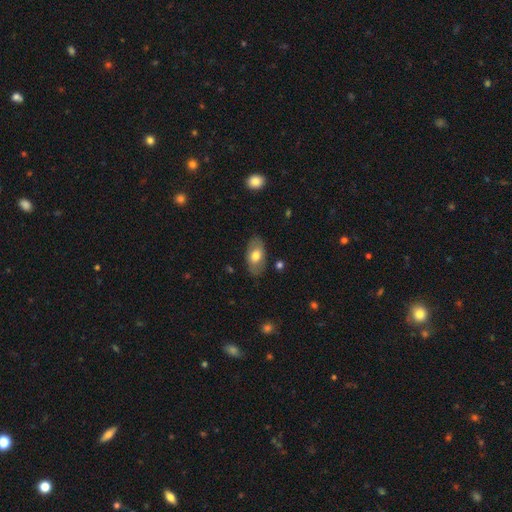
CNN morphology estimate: smooth 66%, featured or disk 28%, star or artifact 6%. Down the decision tree: how rounded — in between (92%); merging — none (82%).